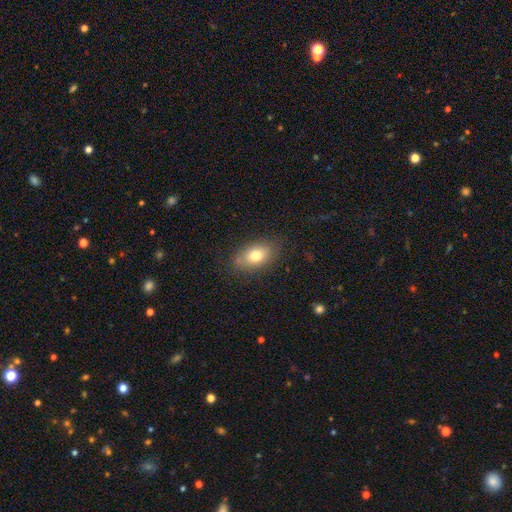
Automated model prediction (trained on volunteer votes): smooth-or-featured: smooth: 75% | featured or disk: 16% | star or artifact: 9%
  how-rounded: in between: 87% | round: 10% | cigar-shaped: 3%
  merging: none: 78% | minor disturbance: 16% | major disturbance: 4% | merger: 1%